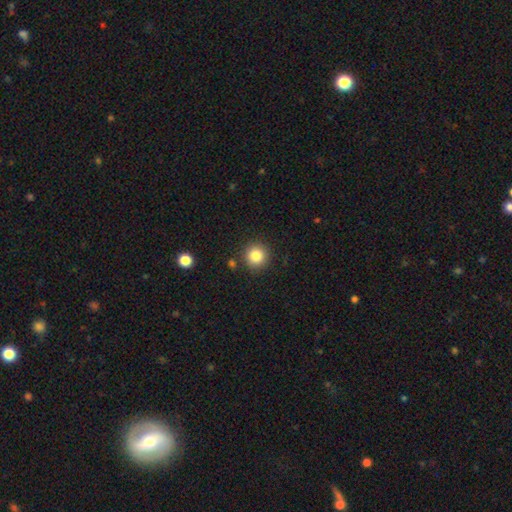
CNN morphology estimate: Smooth or featured: smooth — 83% (star or artifact — 11%)
How rounded: round — 94% (in between — 5%)
Merging: none — 88% (minor disturbance — 7%)